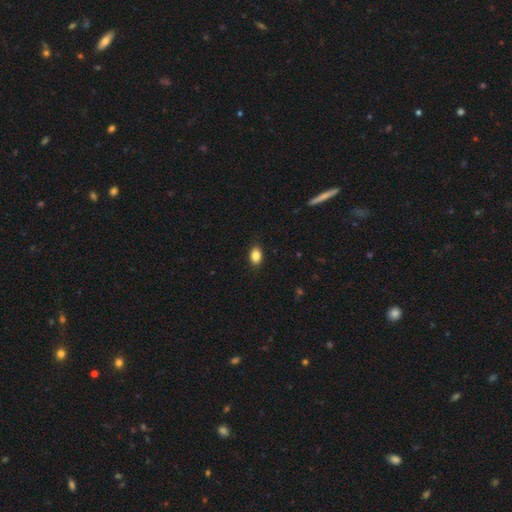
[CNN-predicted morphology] type=smooth (86%); roundness=in between (85%); merging=none (88%).